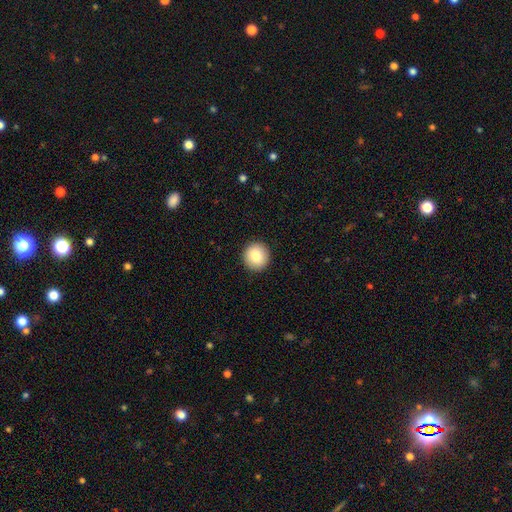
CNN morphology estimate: A smooth galaxy with no disk features (82%) that is round (94%).

Vote fractions:
- Smooth or featured? smooth: 82% / featured or disk: 9% / star or artifact: 8%
- How rounded? round: 94% / in between: 5% / cigar-shaped: 1%
- Merging? none: 93% / minor disturbance: 5% / major disturbance: 2% / merger: 1%